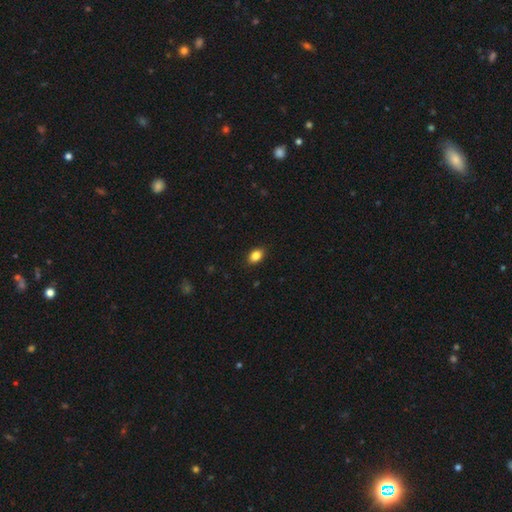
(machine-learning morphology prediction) This appears to be a smooth galaxy with no disk features (85%) that is in between round and cigar-shaped (78%). Merging: none (89%).